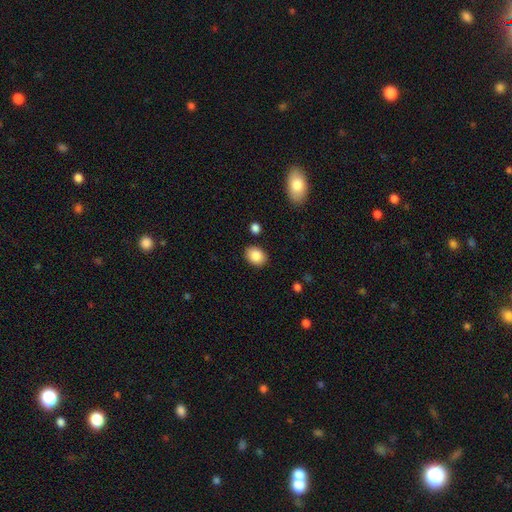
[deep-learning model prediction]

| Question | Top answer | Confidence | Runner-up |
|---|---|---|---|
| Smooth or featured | smooth | 86% | star or artifact (8%) |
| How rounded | in between | 60% | round (39%) |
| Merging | none | 87% | minor disturbance (9%) |